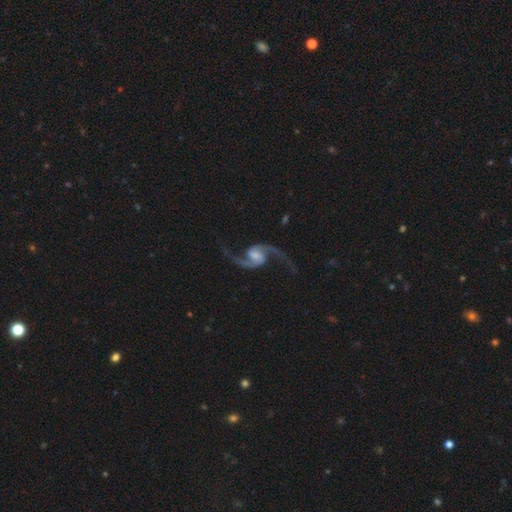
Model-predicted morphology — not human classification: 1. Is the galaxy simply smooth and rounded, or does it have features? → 93% featured or disk, 4% star or artifact, 3% smooth.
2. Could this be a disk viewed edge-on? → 98% no, 2% yes.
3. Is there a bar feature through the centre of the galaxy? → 42% weak, 41% no, 17% strong.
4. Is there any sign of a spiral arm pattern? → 98% yes, 2% no.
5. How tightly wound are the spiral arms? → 77% loose, 19% medium, 4% tight.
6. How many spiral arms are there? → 95% 2, 1% 1, 1% can't tell, 1% 3, 1% 4, 1% more than 4.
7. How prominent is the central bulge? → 29% moderate, 27% small, 26% none, 15% large, 3% dominant.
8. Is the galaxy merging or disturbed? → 79% none, 11% minor disturbance, 8% major disturbance, 2% merger.